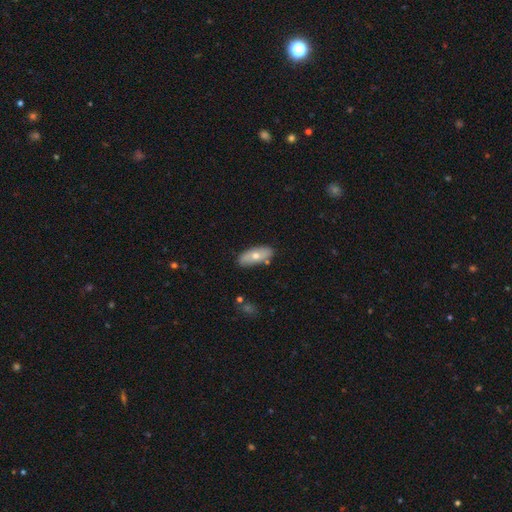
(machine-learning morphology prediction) This appears to be a smooth galaxy with no disk features (59%) that is in between round and cigar-shaped (76%). Merging: none (85%).